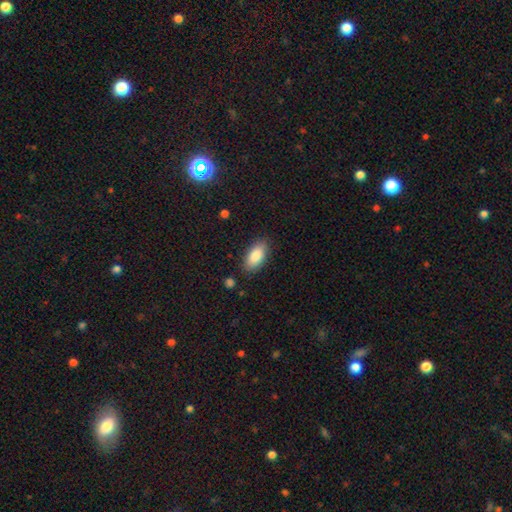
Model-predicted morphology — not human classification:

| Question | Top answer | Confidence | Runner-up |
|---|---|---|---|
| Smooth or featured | smooth | 87% | featured or disk (7%) |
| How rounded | in between | 92% | cigar-shaped (6%) |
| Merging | none | 85% | minor disturbance (11%) |